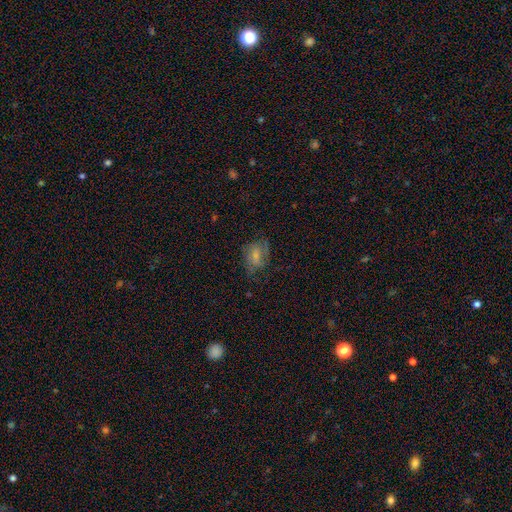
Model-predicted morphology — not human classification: This is possibly a smooth galaxy (54%). How rounded: likely in between (72%). Merging: possibly none (53%).